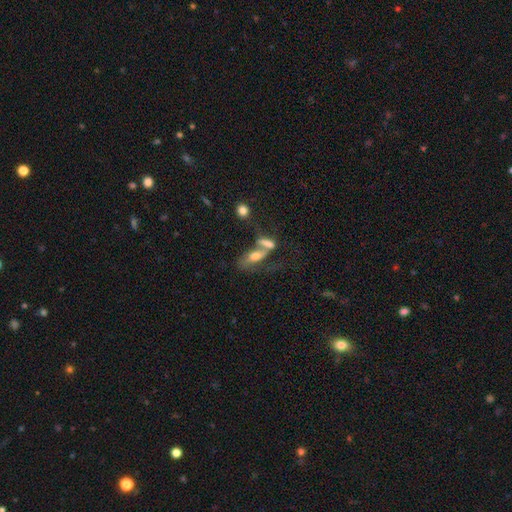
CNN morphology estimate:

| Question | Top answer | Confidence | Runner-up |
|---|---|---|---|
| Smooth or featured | smooth | 48% | featured or disk (40%) |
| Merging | merger | 49% | none (25%) |